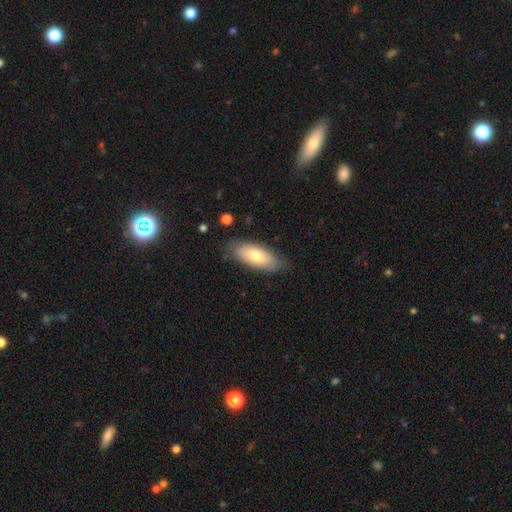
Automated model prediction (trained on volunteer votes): Smooth or featured: smooth — 75% (featured or disk — 19%)
How rounded: in between — 84% (cigar-shaped — 14%)
Merging: none — 78% (minor disturbance — 17%)